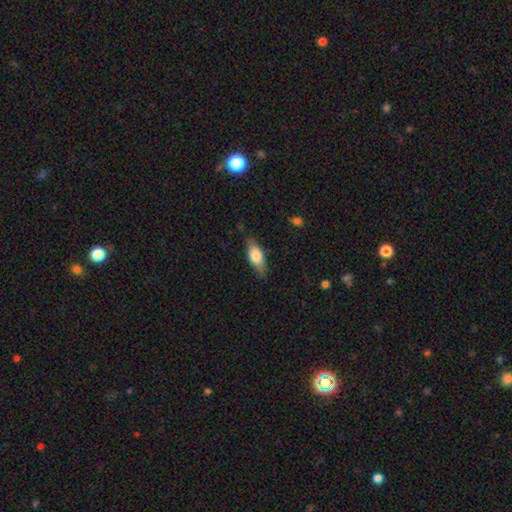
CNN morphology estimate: A smooth galaxy with no disk features (69%) that is in between round and cigar-shaped (76%).

Vote fractions:
- Smooth or featured? smooth: 69% / featured or disk: 24% / star or artifact: 6%
- How rounded? in between: 76% / cigar-shaped: 21% / round: 3%
- Merging? none: 78% / minor disturbance: 17% / major disturbance: 4% / merger: 1%